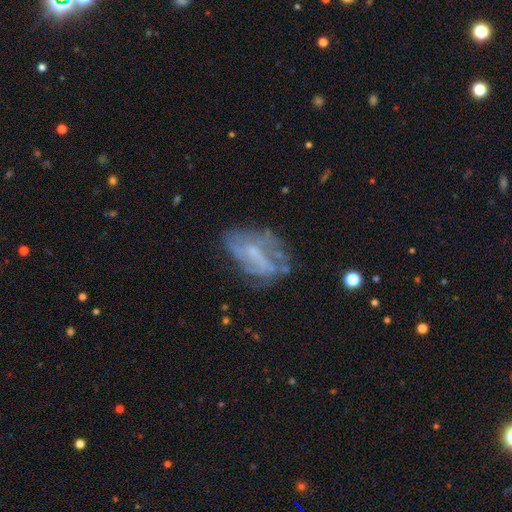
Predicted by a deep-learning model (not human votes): featured or disk 65%, smooth 24%, star or artifact 11%. Down the decision tree: edge-on disk — no (94%); bar — no (45%); spiral arms — yes (53%); bulge size — small (44%); merging — none (48%).